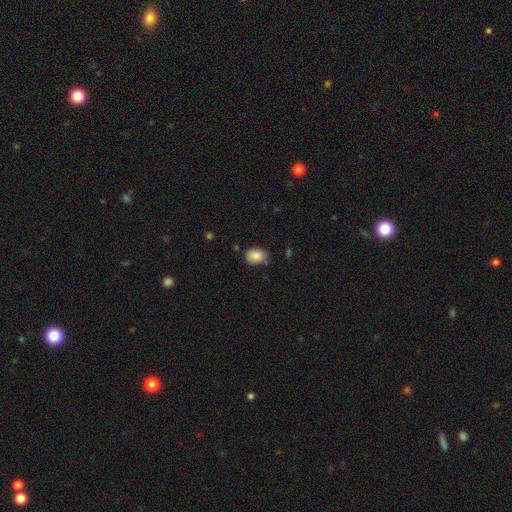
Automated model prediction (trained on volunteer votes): Morphology: type=smooth (87%); roundness=in between (73%); merging=none (67%).